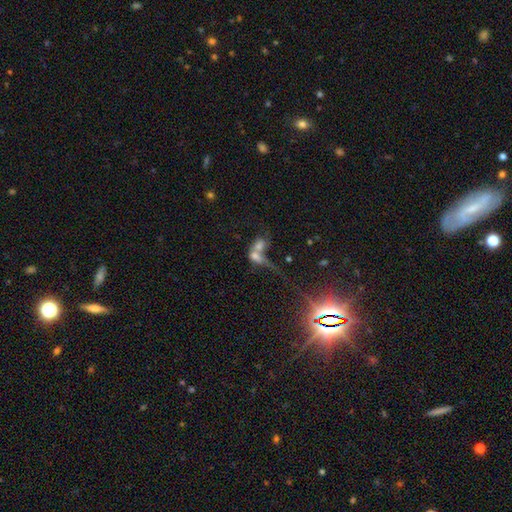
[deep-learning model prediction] Overall: smooth (53%; featured or disk 31%). How rounded: in between (64%; round 27%). Merging: merger (71%).